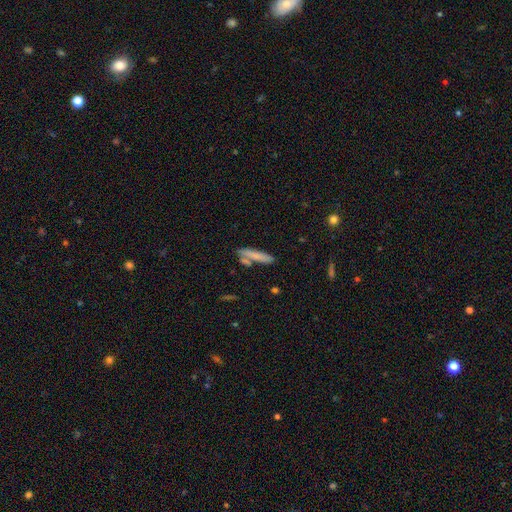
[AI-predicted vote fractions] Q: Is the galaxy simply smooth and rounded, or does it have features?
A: smooth — 72%.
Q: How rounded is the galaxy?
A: cigar-shaped — 84%.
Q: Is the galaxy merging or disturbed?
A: none — 68%.